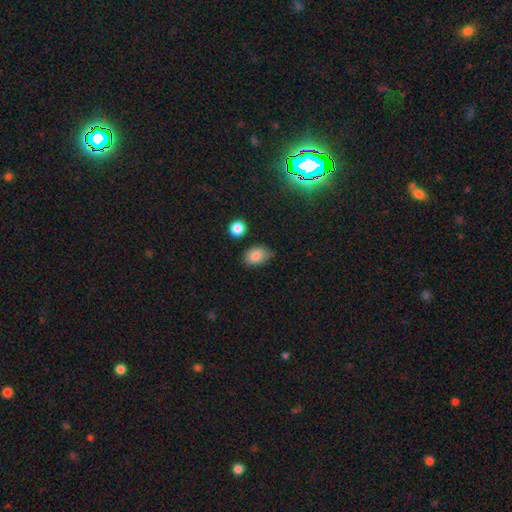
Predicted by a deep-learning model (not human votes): Morphology: type=smooth (83%); roundness=in between (84%); merging=none (65%).